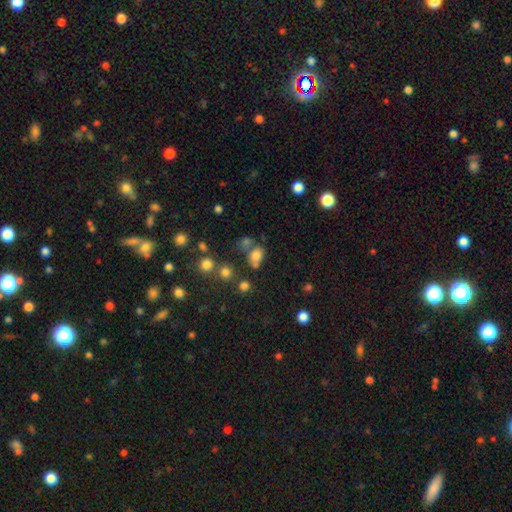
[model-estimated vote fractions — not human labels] Smooth or featured? Predicted: smooth (p=0.73). How rounded? Predicted: in between (p=0.64). Merging? Predicted: none (p=0.47).